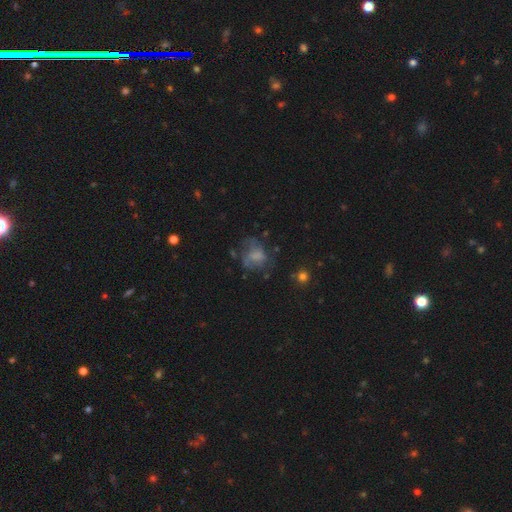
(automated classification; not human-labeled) A smooth galaxy with no disk features (49%). Merging: none (40%).